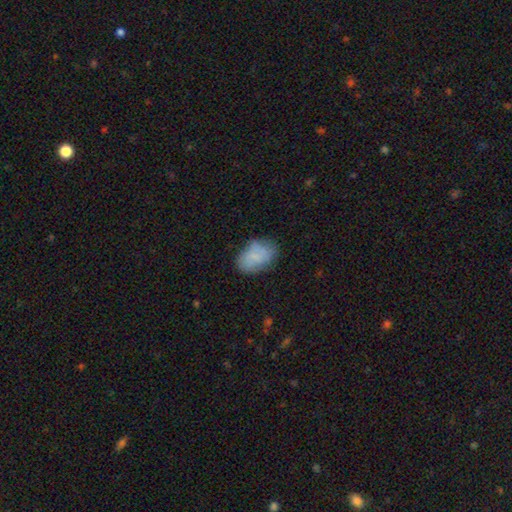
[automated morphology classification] smooth 71%, featured or disk 21%, star or artifact 8%. Down the decision tree: how rounded — in between (86%); merging — none (67%).